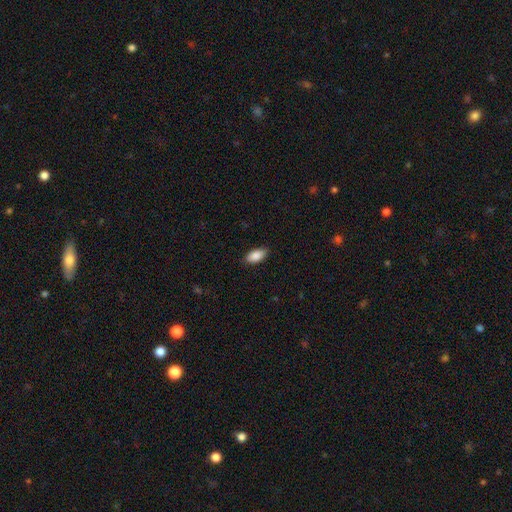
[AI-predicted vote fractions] smooth_or_featured: smooth (p=0.88) [alt: star or artifact p=0.06]
how_rounded: in between (p=0.92) [alt: cigar-shaped p=0.05]
merging: none (p=0.86) [alt: minor disturbance p=0.11]